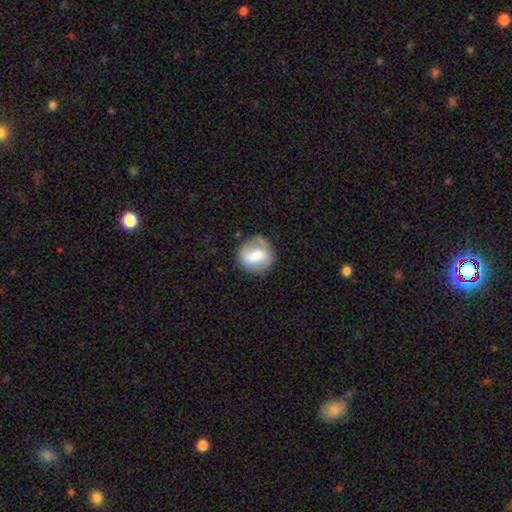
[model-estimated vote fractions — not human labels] Smooth or featured: smooth — 61% (featured or disk — 32%)
How rounded: round — 78% (in between — 21%)
Merging: none — 66% (minor disturbance — 22%)